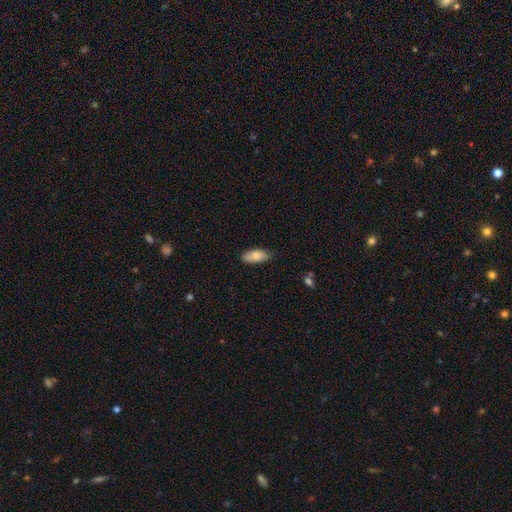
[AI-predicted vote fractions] A smooth galaxy with no disk features (85%) that is in between round and cigar-shaped (84%). Merging: none (80%).